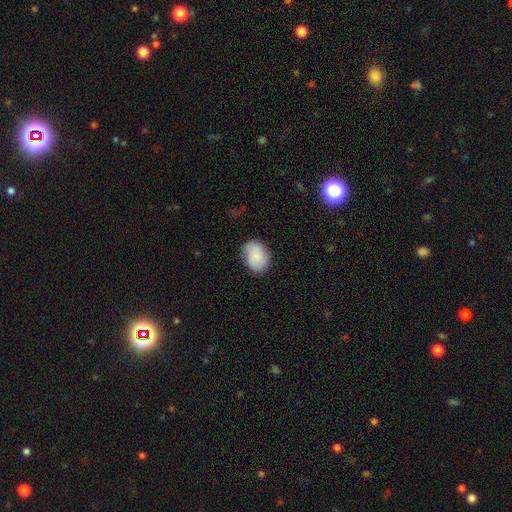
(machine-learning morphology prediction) A smooth galaxy with no disk features (80%) that is in between round and cigar-shaped (71%). Merging: none (74%).